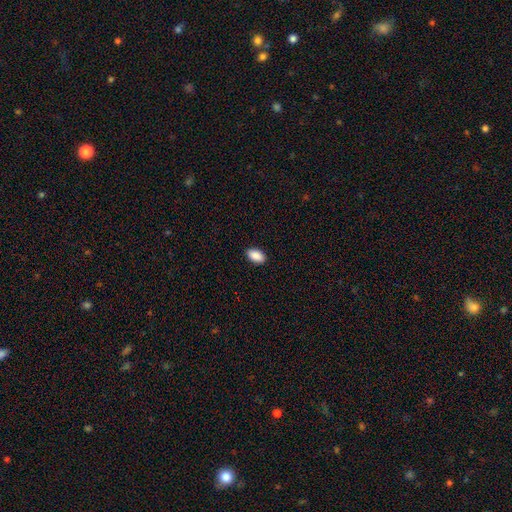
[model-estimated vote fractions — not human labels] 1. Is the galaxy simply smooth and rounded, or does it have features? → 90% smooth, 7% star or artifact, 3% featured or disk.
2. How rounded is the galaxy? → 94% in between, 4% round, 2% cigar-shaped.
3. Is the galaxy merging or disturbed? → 90% none, 7% minor disturbance, 2% major disturbance, 1% merger.